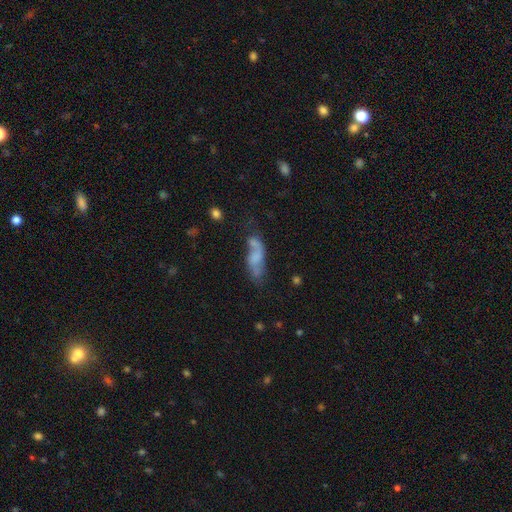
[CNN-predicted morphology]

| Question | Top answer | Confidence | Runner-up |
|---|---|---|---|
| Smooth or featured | featured or disk | 45% | smooth (44%) |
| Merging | none | 42% | minor disturbance (24%) |